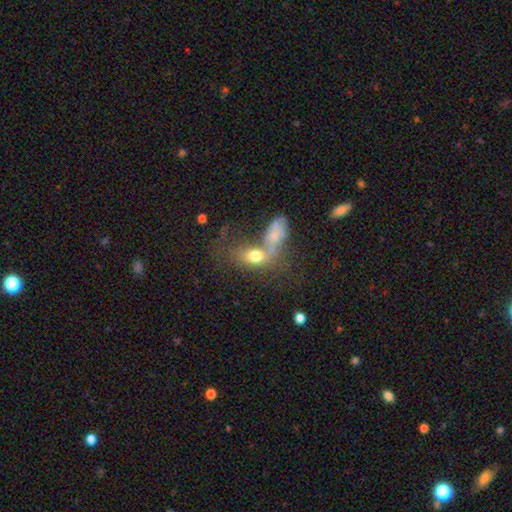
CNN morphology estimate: smooth 65%, featured or disk 23%, star or artifact 12%. Down the decision tree: how rounded — in between (79%); merging — merger (53%).